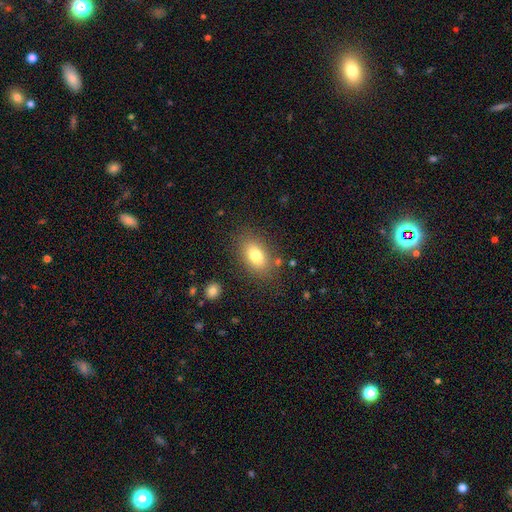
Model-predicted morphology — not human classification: This is likely a smooth galaxy (79%). How rounded: clearly in between (87%). Merging: clearly none (81%).